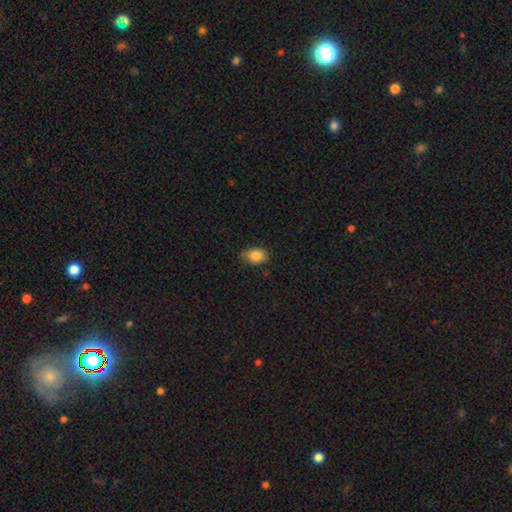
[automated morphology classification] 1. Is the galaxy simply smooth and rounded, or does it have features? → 86% smooth, 8% star or artifact, 6% featured or disk.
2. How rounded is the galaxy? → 78% in between, 21% round, 1% cigar-shaped.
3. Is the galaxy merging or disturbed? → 72% none, 23% minor disturbance, 4% major disturbance, 1% merger.